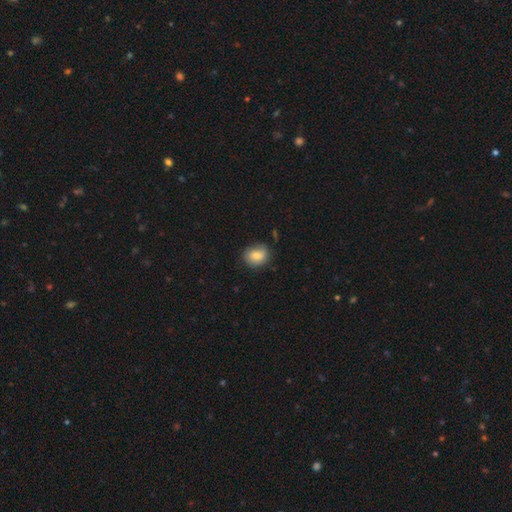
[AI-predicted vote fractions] smooth 82%, featured or disk 9%, star or artifact 8%. Down the decision tree: how rounded — round (61%); merging — none (74%).